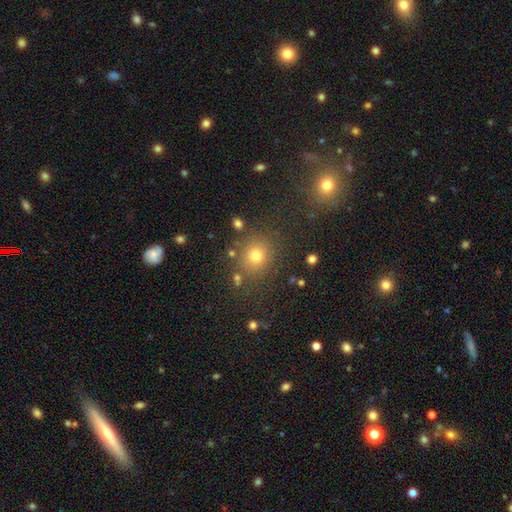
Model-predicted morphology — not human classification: Q: Smooth or featured?
A: smooth (73%); runner-up: star or artifact (19%)
Q: How rounded?
A: round (85%); runner-up: in between (14%)
Q: Merging?
A: none (82%); runner-up: minor disturbance (9%)